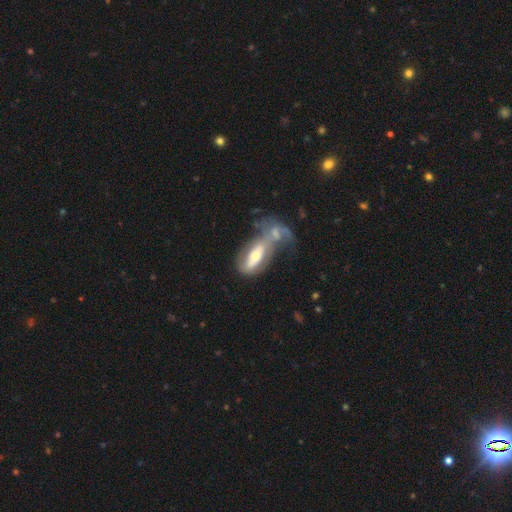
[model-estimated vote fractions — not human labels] Q: Smooth or featured?
A: featured or disk (49%); runner-up: smooth (44%)
Q: Merging?
A: merger (63%); runner-up: none (15%)